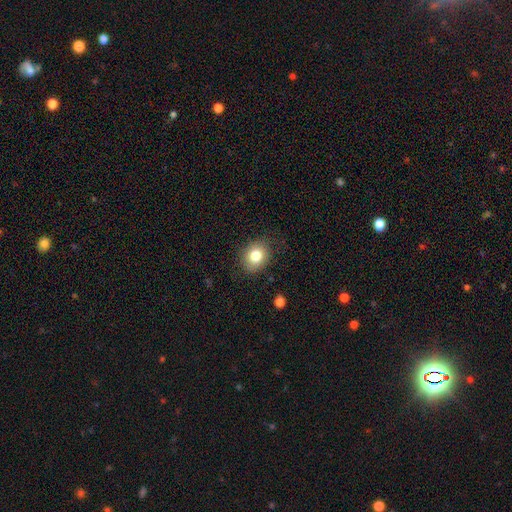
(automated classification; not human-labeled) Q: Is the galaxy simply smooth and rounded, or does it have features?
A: smooth — 80%.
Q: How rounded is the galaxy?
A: round — 56%.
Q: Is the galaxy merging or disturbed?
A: none — 83%.